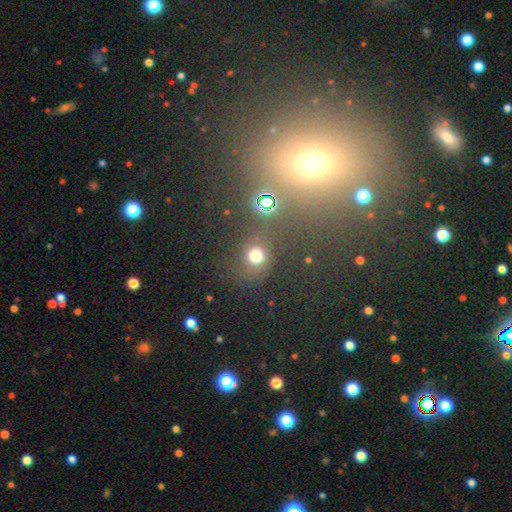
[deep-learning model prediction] Overall: smooth (65%; star or artifact 25%). How rounded: round (83%). Merging: none (69%).